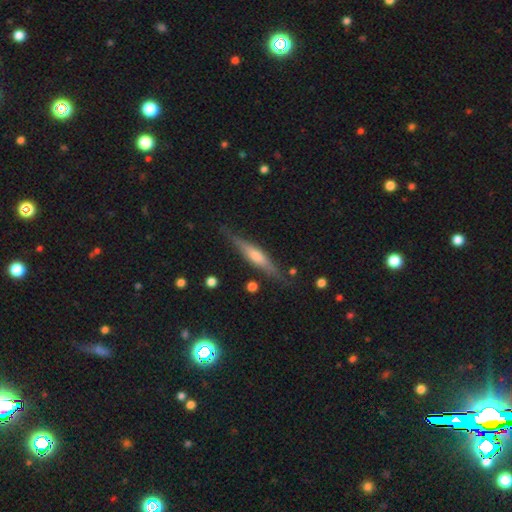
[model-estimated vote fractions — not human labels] Smooth or featured: featured or disk — 63% (smooth — 30%)
Edge-on disk: yes — 95% (no — 5%)
Edge-on bulge: rounded — 64% (boxy — 19%)
Merging: none — 84% (minor disturbance — 12%)